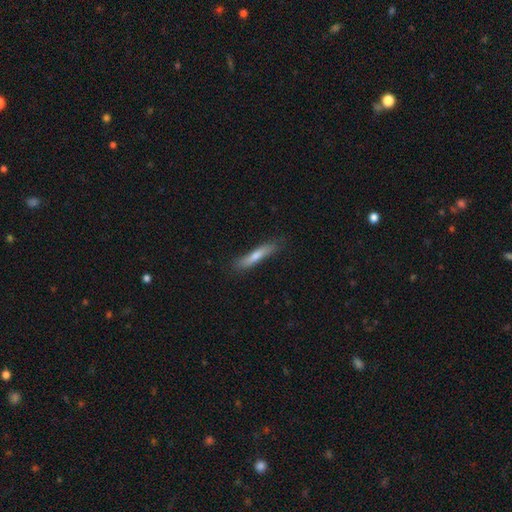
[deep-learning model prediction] smooth 65%, featured or disk 28%, star or artifact 6%. Down the decision tree: how rounded — cigar-shaped (89%); merging — none (81%).